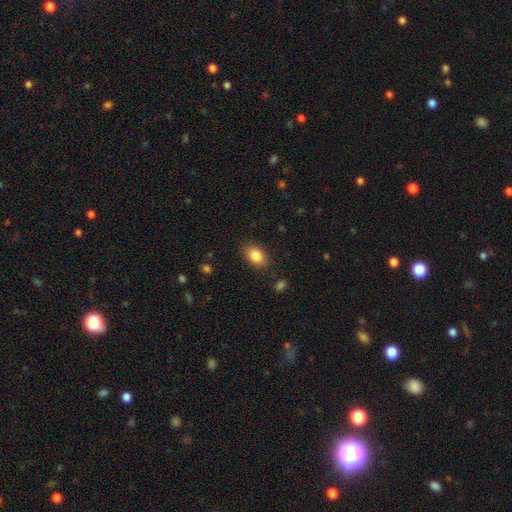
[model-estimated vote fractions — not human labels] Smooth or featured? Predicted: smooth (p=0.85). How rounded? Predicted: in between (p=0.85). Merging? Predicted: none (p=0.85).